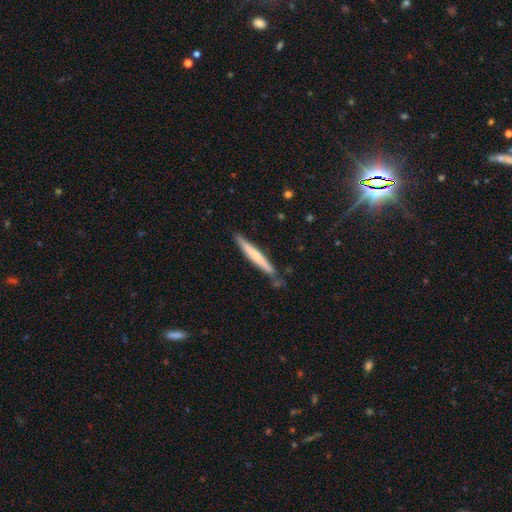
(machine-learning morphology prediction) Overall: smooth (52%; featured or disk 42%). How rounded: cigar-shaped (96%). Merging: none (81%).